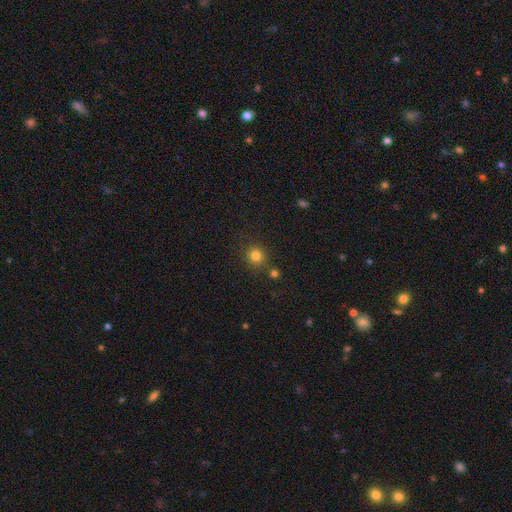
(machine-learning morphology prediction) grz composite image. It shows a smooth galaxy with no disk features (81%) that is round (89%). Merging: none (81%).